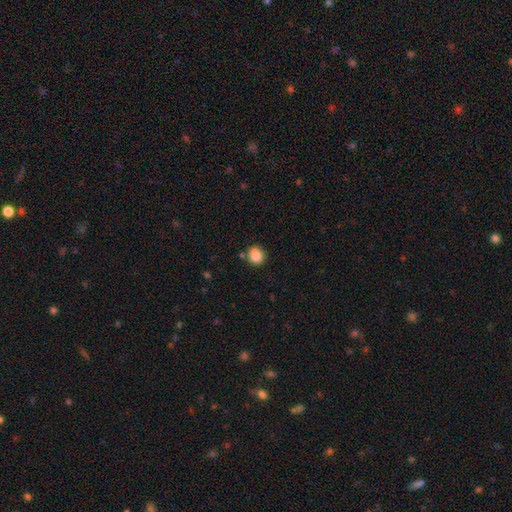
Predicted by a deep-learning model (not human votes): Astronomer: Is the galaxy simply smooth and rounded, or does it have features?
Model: smooth — 87%.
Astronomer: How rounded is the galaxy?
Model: round — 83%.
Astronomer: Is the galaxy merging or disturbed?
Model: none — 79%.